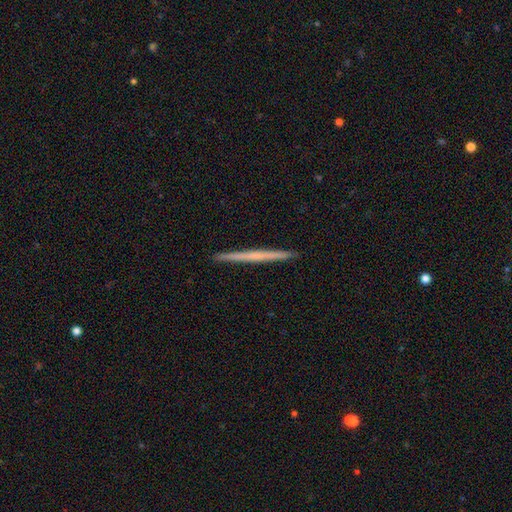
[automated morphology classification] Smooth or featured?
  - featured or disk: 53% *
  - smooth: 41%
  - star or artifact: 5%
Edge-on disk?
  - yes: 98% *
  - no: 2%
Edge-on bulge?
  - none: 86% *
  - rounded: 11%
  - boxy: 4%
Merging?
  - none: 93% *
  - minor disturbance: 4%
  - major disturbance: 1%
  - merger: 1%